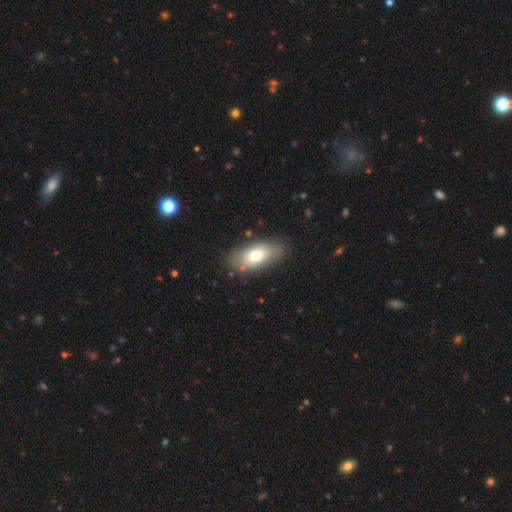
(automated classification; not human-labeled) Morphology: type=smooth (72%); roundness=in between (89%); merging=none (81%).